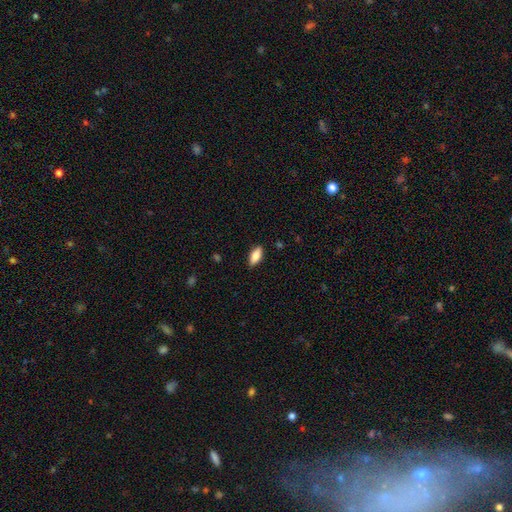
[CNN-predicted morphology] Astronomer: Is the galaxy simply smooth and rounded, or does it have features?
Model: smooth — 80%.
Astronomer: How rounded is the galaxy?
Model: in between — 80%.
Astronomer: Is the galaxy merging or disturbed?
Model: none — 87%.